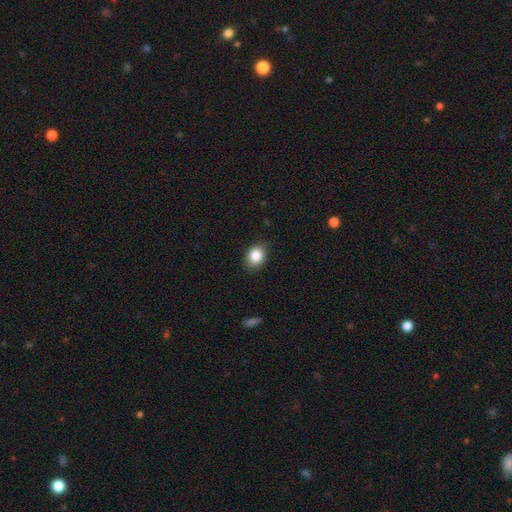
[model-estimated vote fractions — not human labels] This is clearly a smooth galaxy (85%). How rounded: possibly in between (52%). Merging: clearly none (85%).